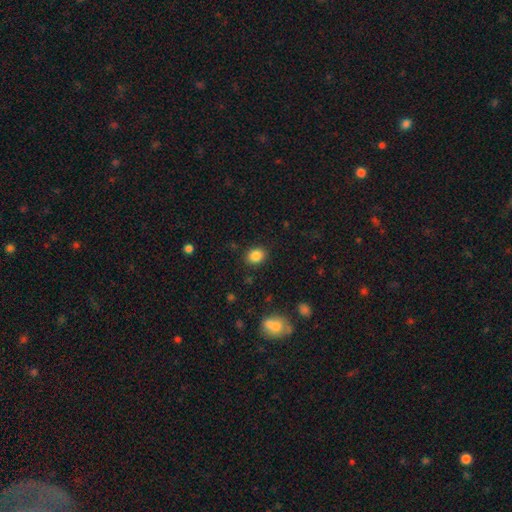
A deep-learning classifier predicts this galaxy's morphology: Smooth or featured: smooth — 85% (star or artifact — 10%)
How rounded: round — 52% (in between — 47%)
Merging: none — 88% (minor disturbance — 8%)